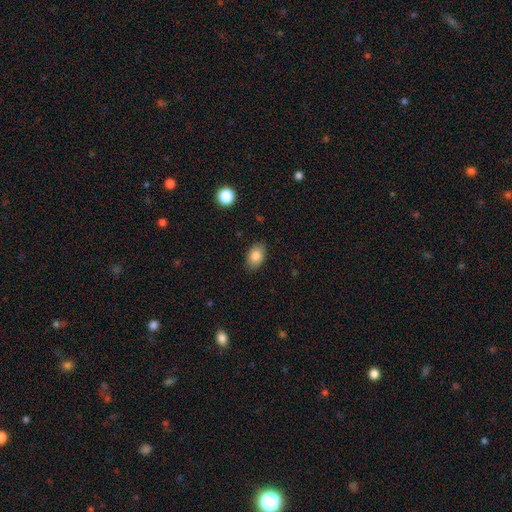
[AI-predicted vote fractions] Overall: smooth (85%). How rounded: in between (84%). Merging: none (84%).